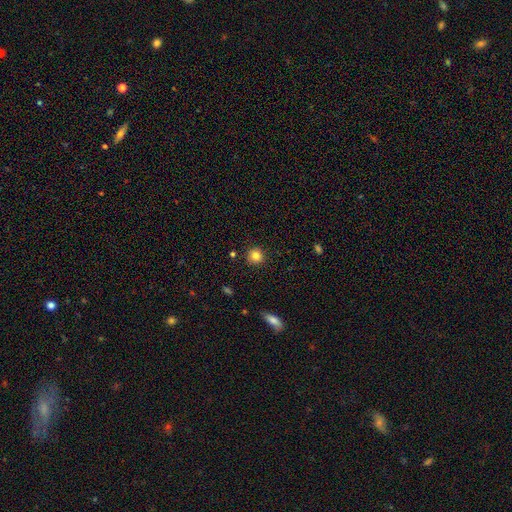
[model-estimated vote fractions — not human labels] Smooth or featured?
  - smooth: 83% *
  - star or artifact: 11%
  - featured or disk: 6%
How rounded?
  - round: 93% *
  - in between: 6%
  - cigar-shaped: 1%
Merging?
  - none: 90% *
  - minor disturbance: 7%
  - major disturbance: 2%
  - merger: 2%